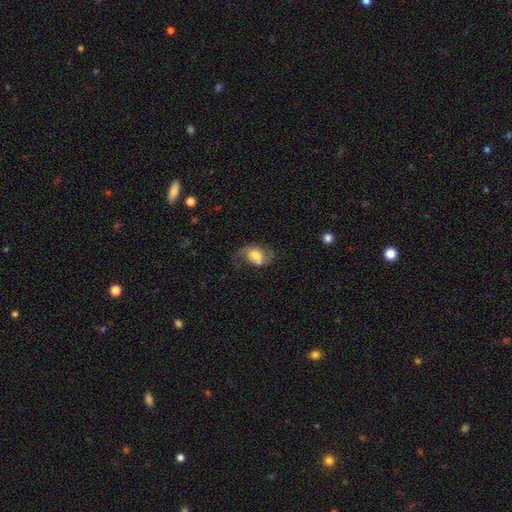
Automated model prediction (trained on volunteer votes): Smooth or featured?
  - smooth: 52% *
  - featured or disk: 40%
  - star or artifact: 9%
How rounded?
  - in between: 71% *
  - round: 27%
  - cigar-shaped: 1%
Merging?
  - none: 40% *
  - minor disturbance: 27%
  - major disturbance: 26%
  - merger: 7%